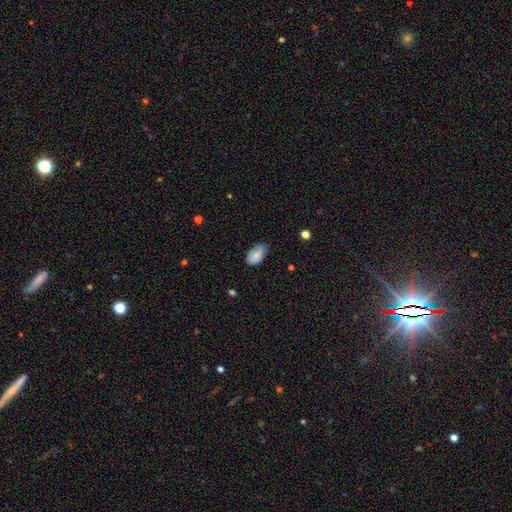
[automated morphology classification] Smooth or featured: smooth — 77% (featured or disk — 16%)
How rounded: in between — 92% (round — 7%)
Merging: none — 54% (minor disturbance — 38%)